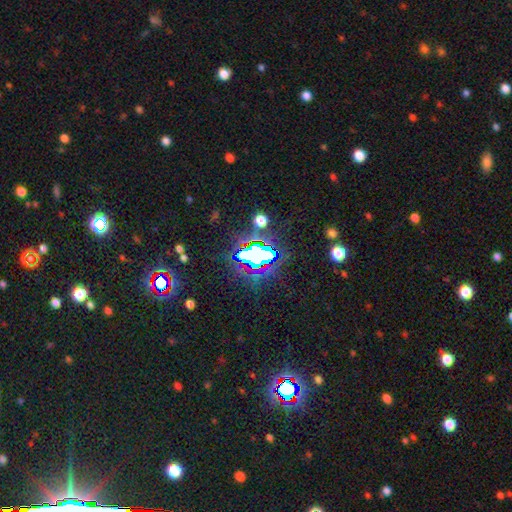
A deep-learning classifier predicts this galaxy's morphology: Smooth or featured? star or artifact (66%)